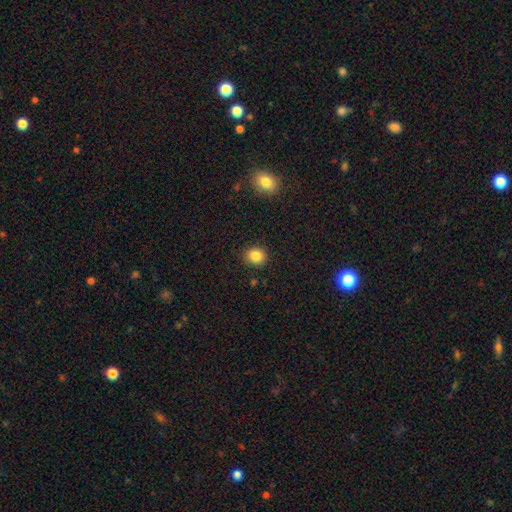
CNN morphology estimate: Q: Smooth or featured?
A: smooth (85%); runner-up: star or artifact (10%)
Q: How rounded?
A: round (75%); runner-up: in between (24%)
Q: Merging?
A: none (89%); runner-up: minor disturbance (8%)